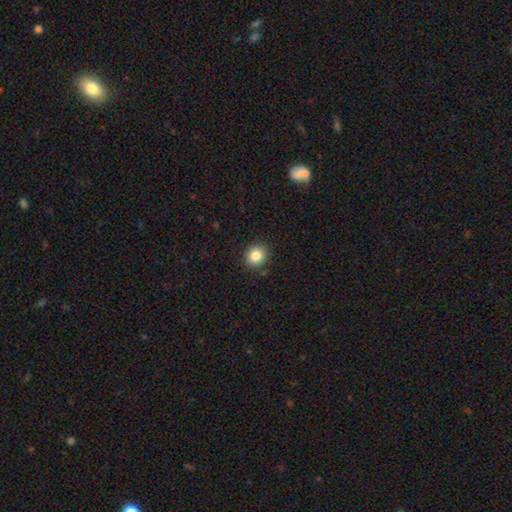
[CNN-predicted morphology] A smooth galaxy with no disk features (85%) that is round (85%).

Vote fractions:
- Smooth or featured? smooth: 85% / star or artifact: 11% / featured or disk: 5%
- How rounded? round: 85% / in between: 14% / cigar-shaped: 1%
- Merging? none: 89% / minor disturbance: 7% / major disturbance: 2% / merger: 1%